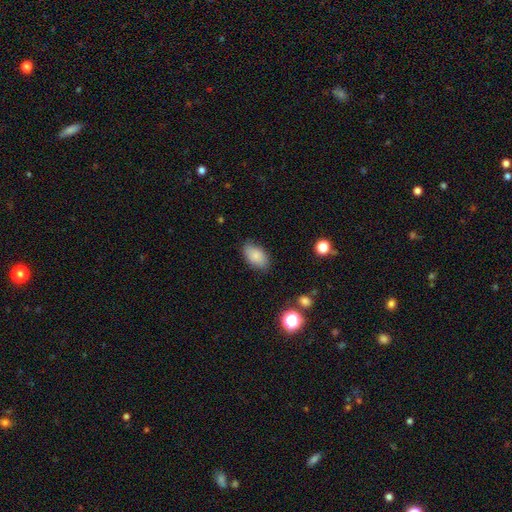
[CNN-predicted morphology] A smooth galaxy with no disk features (85%) that is in between round and cigar-shaped (92%).

Vote fractions:
- Smooth or featured? smooth: 85% / star or artifact: 8% / featured or disk: 8%
- How rounded? in between: 92% / round: 6% / cigar-shaped: 2%
- Merging? none: 80% / minor disturbance: 16% / major disturbance: 4% / merger: 1%